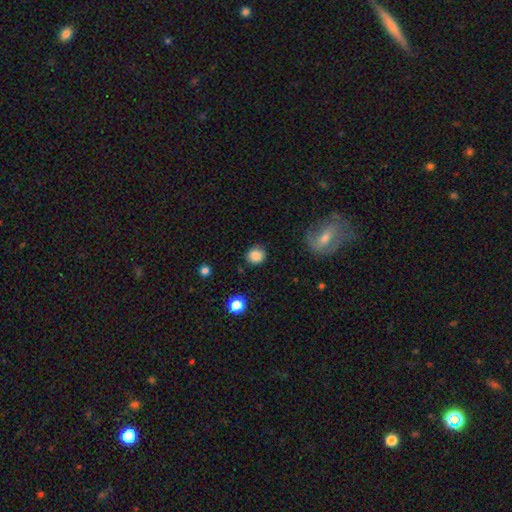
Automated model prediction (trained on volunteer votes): Smooth or featured? smooth (86%)
How rounded? round (82%)
Merging? none (83%)